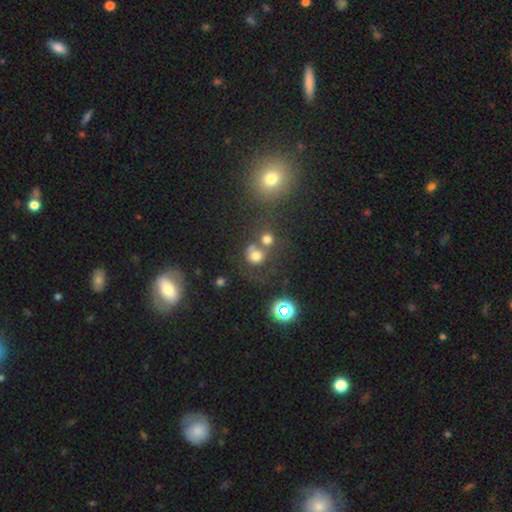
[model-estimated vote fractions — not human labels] smooth 65%, star or artifact 21%, featured or disk 14%. Down the decision tree: how rounded — round (77%); merging — merger (43%).